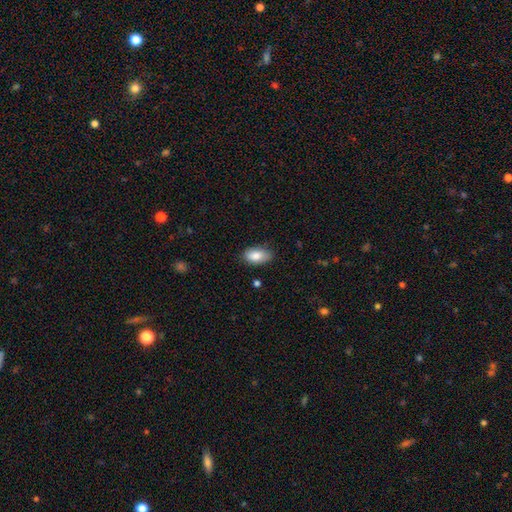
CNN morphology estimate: A smooth galaxy with no disk features (85%) that is in between round and cigar-shaped (93%).

Vote fractions:
- Smooth or featured? smooth: 85% / featured or disk: 8% / star or artifact: 7%
- How rounded? in between: 93% / round: 4% / cigar-shaped: 3%
- Merging? none: 79% / minor disturbance: 17% / major disturbance: 3% / merger: 1%